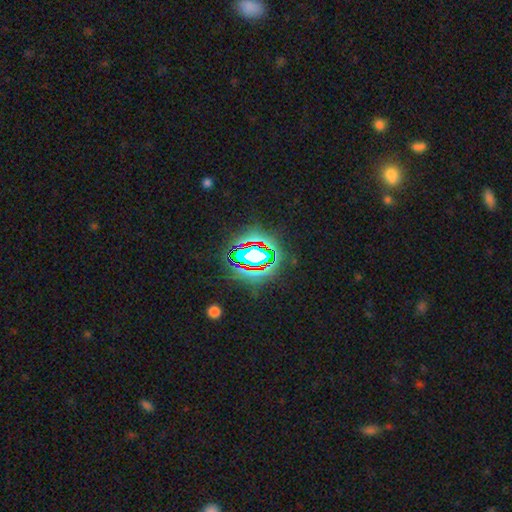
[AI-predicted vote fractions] A star or artifact, not a galaxy (70%).

Vote fractions:
- Smooth or featured? star or artifact: 70% / smooth: 18% / featured or disk: 13%